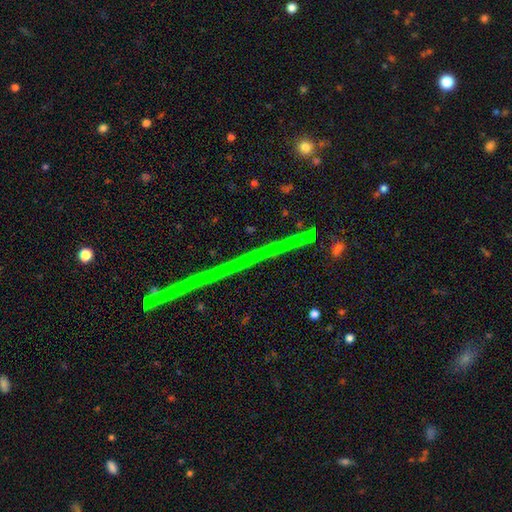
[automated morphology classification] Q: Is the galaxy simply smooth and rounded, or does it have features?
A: star or artifact — 77%.